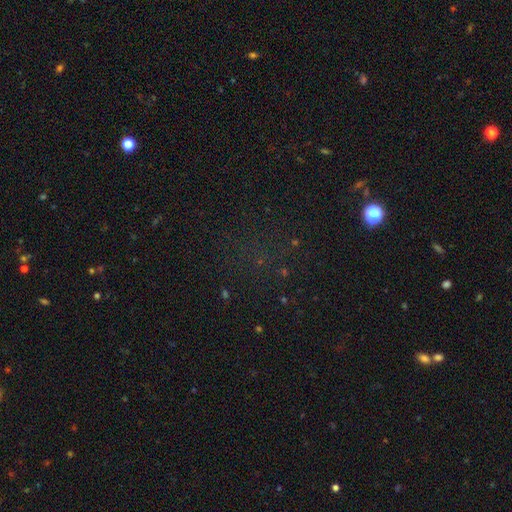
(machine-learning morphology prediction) Q: Smooth or featured?
A: star or artifact (60%); runner-up: smooth (28%)